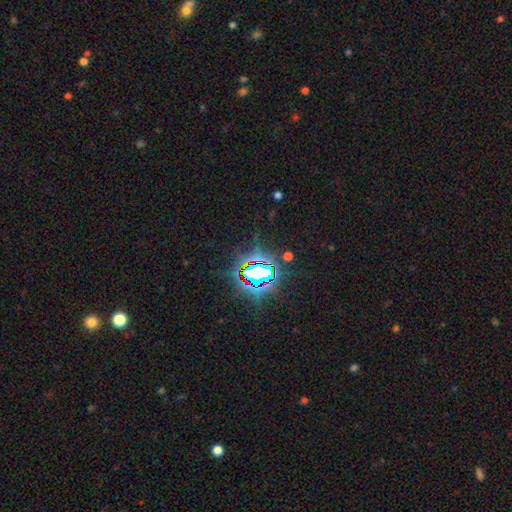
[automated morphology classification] Smooth or featured: star or artifact — 82% (smooth — 10%)